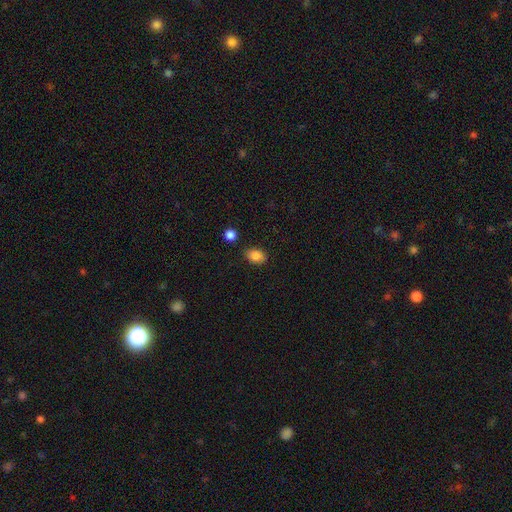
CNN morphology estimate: Smooth or featured: smooth — 87% (star or artifact — 9%)
How rounded: in between — 74% (round — 25%)
Merging: none — 81% (minor disturbance — 12%)